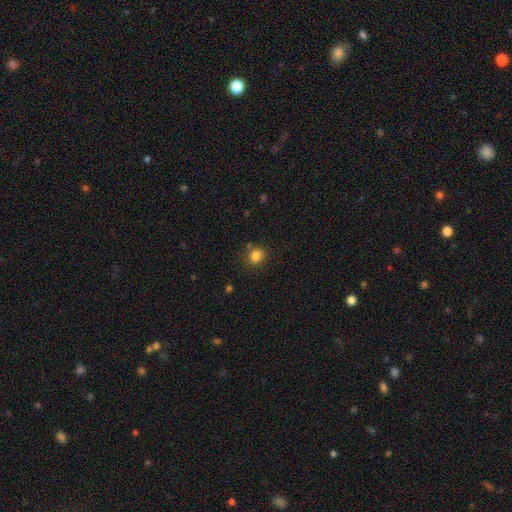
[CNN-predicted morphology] smooth-or-featured: smooth: 83% | star or artifact: 12% | featured or disk: 5%
  how-rounded: round: 57% | in between: 42% | cigar-shaped: 1%
  merging: none: 73% | minor disturbance: 16% | merger: 7% | major disturbance: 5%